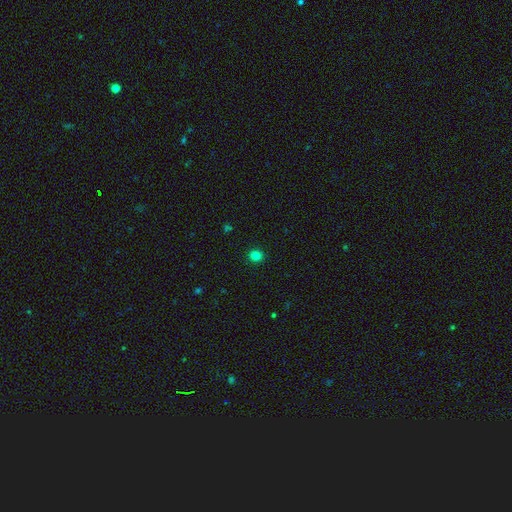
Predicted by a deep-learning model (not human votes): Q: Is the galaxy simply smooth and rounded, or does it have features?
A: smooth — 82%.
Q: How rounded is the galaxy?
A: round — 83%.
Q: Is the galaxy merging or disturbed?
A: none — 92%.